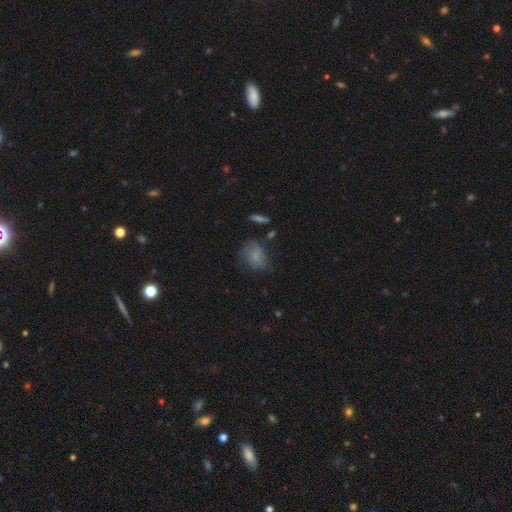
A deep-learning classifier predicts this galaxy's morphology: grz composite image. It shows a smooth galaxy with no disk features (64%) that is in between round and cigar-shaped (53%). Merging: none (48%).